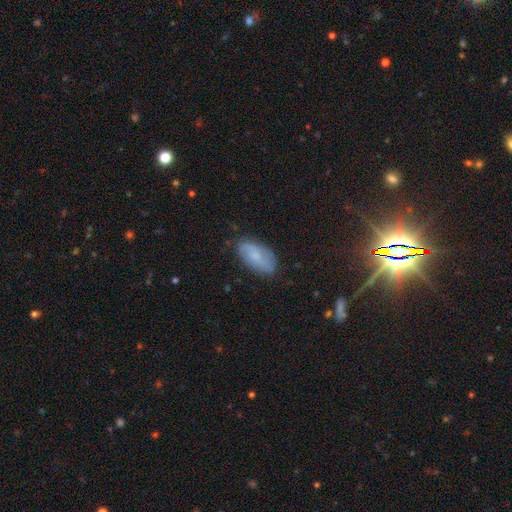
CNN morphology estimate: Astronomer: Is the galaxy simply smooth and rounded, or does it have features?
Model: smooth — 55% (runner-up: featured or disk, 36%).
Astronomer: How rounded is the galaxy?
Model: in between — 92%.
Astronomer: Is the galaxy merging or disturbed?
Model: none — 75%.